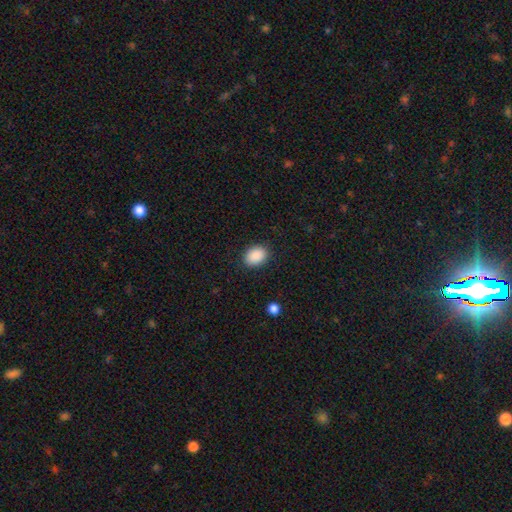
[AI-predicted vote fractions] smooth 90%, star or artifact 8%, featured or disk 3%. Down the decision tree: how rounded — in between (68%); merging — none (88%).